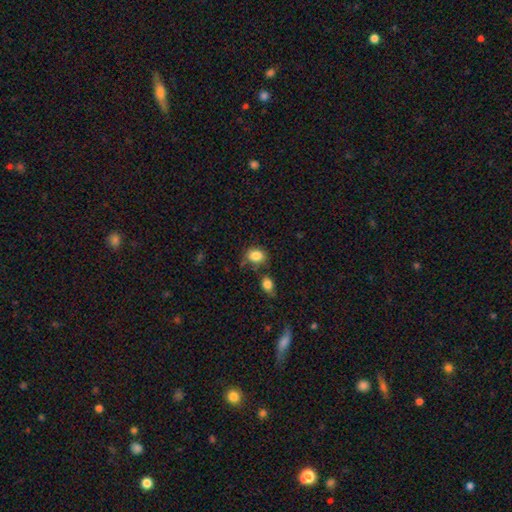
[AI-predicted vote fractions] smooth_or_featured: smooth (p=0.85) [alt: star or artifact p=0.09]
how_rounded: in between (p=0.61) [alt: round p=0.38]
merging: none (p=0.66) [alt: minor disturbance p=0.18]